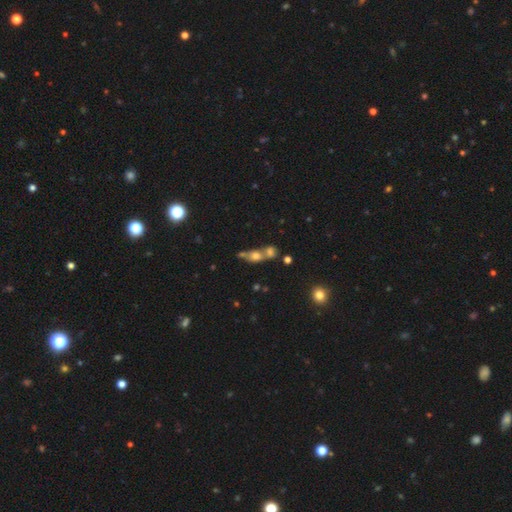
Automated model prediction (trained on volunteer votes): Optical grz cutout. It shows a smooth galaxy with no disk features (54%) that is in between round and cigar-shaped (47%). Merging: merger (55%).